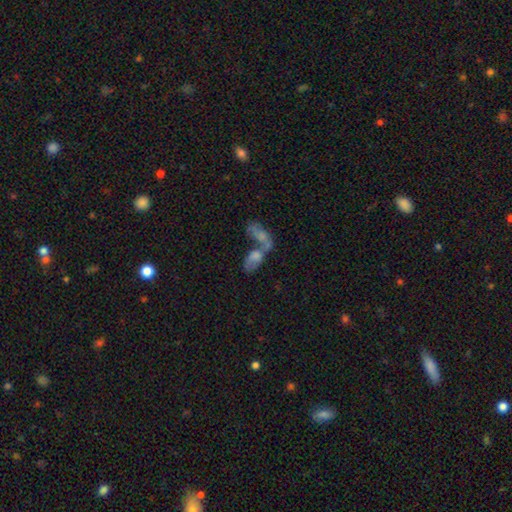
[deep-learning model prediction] Smooth or featured? smooth (51%)
How rounded? in between (83%)
Merging? merger (71%)